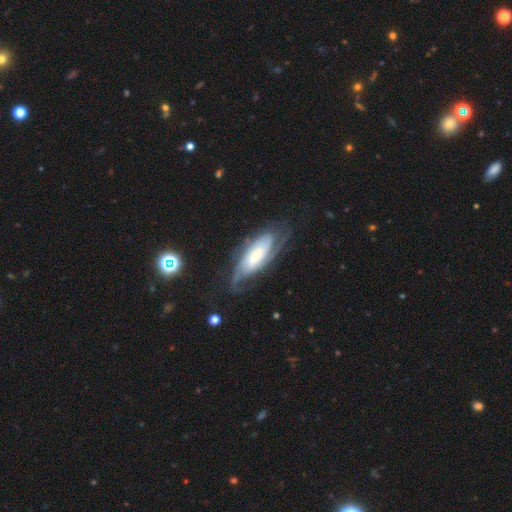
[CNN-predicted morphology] Smooth or featured? featured or disk (77%)
Edge-on disk? no (89%)
Bar? no (56%)
Spiral arms? yes (93%)
Spiral winding? tight (48%)
Spiral arm count? 2 (49%)
Bulge size? small (51%)
Merging? none (63%)